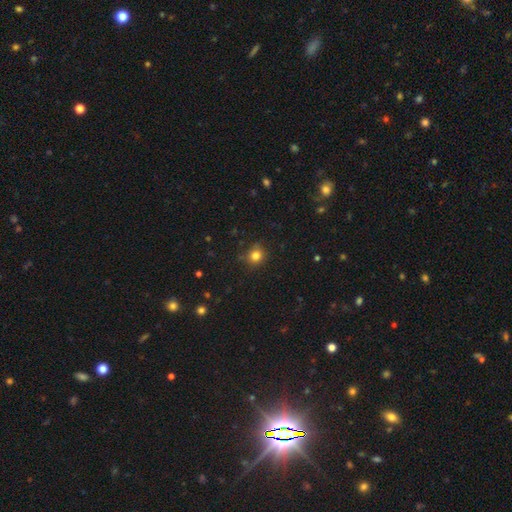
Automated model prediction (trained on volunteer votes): The model was most divided on "merging": none: 81%, minor disturbance: 14%, major disturbance: 3%, merger: 2%. More confident: how rounded — round (88%); smooth or featured — smooth (82%).